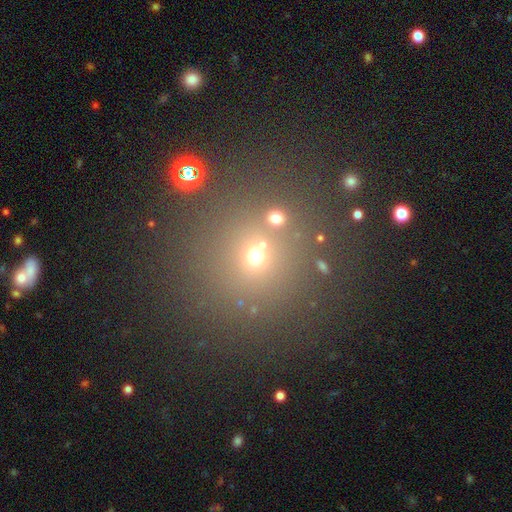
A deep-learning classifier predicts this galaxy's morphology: Smooth or featured?
  - smooth: 58% *
  - star or artifact: 32%
  - featured or disk: 10%
How rounded?
  - round: 88% *
  - in between: 11%
  - cigar-shaped: 1%
Merging?
  - none: 72% *
  - merger: 13%
  - minor disturbance: 9%
  - major disturbance: 5%